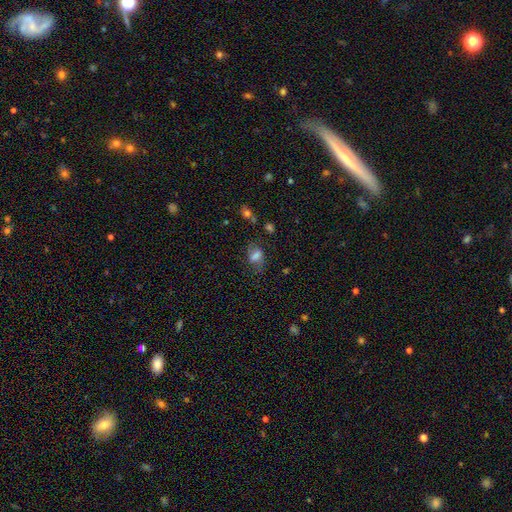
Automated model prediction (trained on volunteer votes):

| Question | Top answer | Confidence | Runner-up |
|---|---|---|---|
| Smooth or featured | smooth | 65% | featured or disk (23%) |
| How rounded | in between | 78% | round (18%) |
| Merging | none | 60% | minor disturbance (23%) |